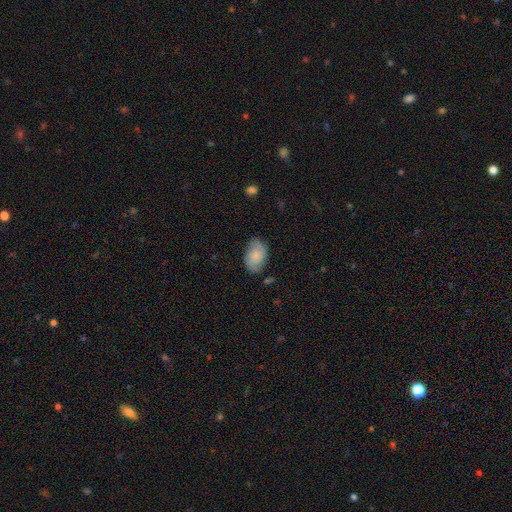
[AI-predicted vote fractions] A smooth galaxy with no disk features (68%) that is in between round and cigar-shaped (90%).

Vote fractions:
- Smooth or featured? smooth: 68% / featured or disk: 24% / star or artifact: 7%
- How rounded? in between: 90% / round: 8% / cigar-shaped: 1%
- Merging? none: 71% / minor disturbance: 22% / major disturbance: 5% / merger: 2%